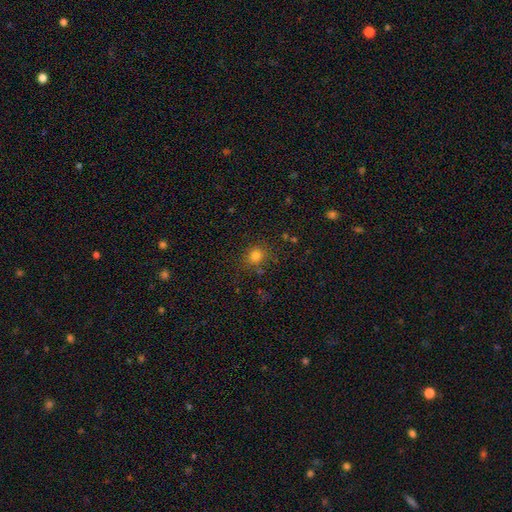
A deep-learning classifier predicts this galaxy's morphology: smooth_or_featured: smooth (p=0.78) [alt: star or artifact p=0.16]
how_rounded: round (p=0.82) [alt: in between p=0.17]
merging: none (p=0.80) [alt: minor disturbance p=0.12]